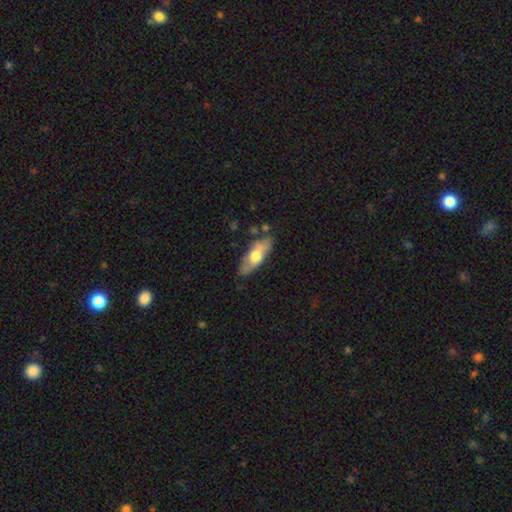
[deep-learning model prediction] Smooth or featured? Predicted: smooth (p=0.53). How rounded? Predicted: in between (p=0.66). Merging? Predicted: none (p=0.74).